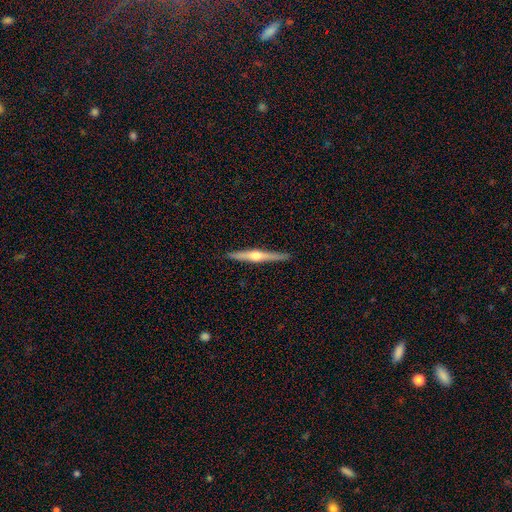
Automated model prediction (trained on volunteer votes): This appears to be a featured or disk galaxy (73%) viewed edge-on (98%) with a rounded central bulge (92%). Merging: none (91%).